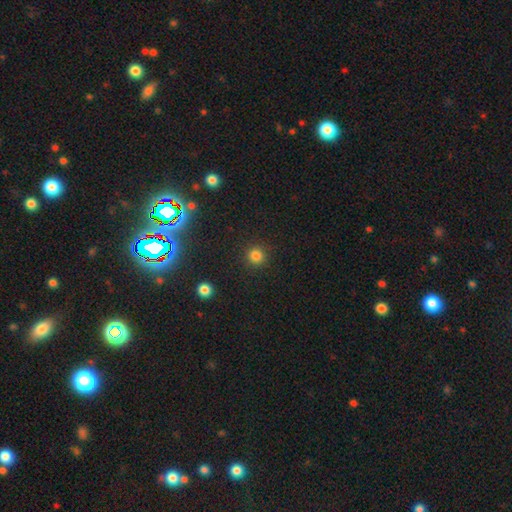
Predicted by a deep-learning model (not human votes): This appears to be a smooth galaxy with no disk features (81%) that is round (94%). Merging: none (90%).